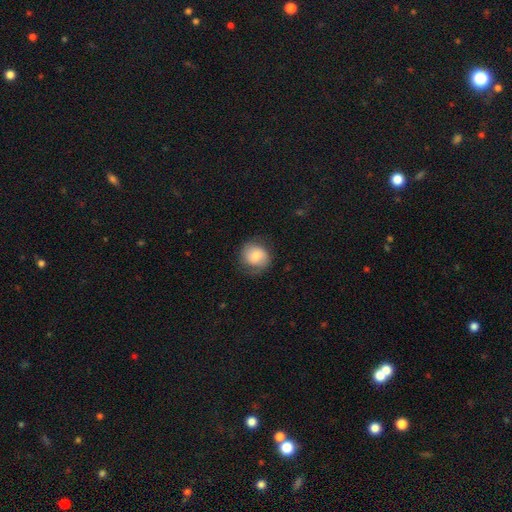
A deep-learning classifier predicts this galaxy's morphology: This is likely a smooth galaxy (63%). How rounded: likely round (77%). Merging: likely none (69%).